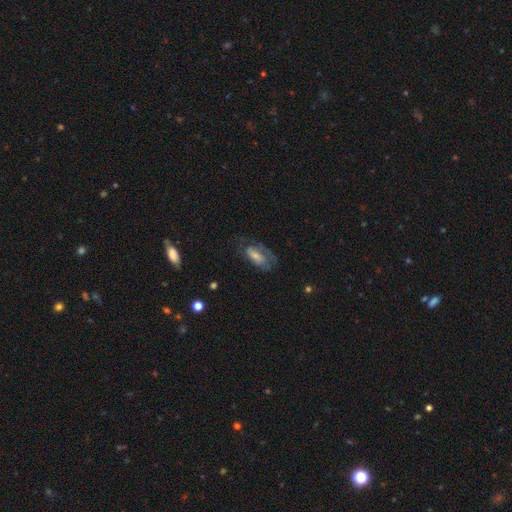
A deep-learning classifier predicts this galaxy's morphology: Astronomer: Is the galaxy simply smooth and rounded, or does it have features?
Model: smooth — 49% (runner-up: featured or disk, 43%).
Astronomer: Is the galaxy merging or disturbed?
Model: none — 48% (runner-up: minor disturbance, 27%).